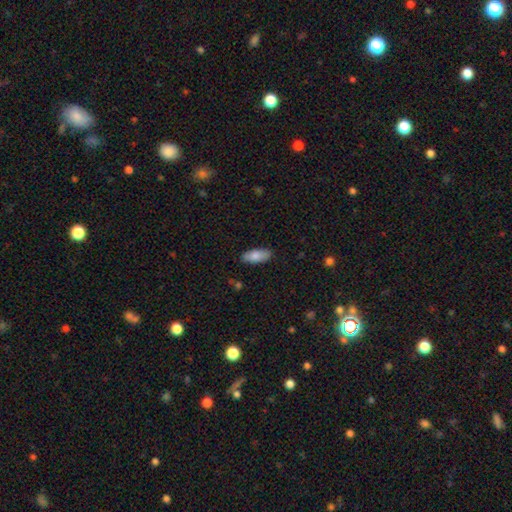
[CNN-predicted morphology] A smooth galaxy with no disk features (82%) that is in between round and cigar-shaped (82%). Merging: none (86%).